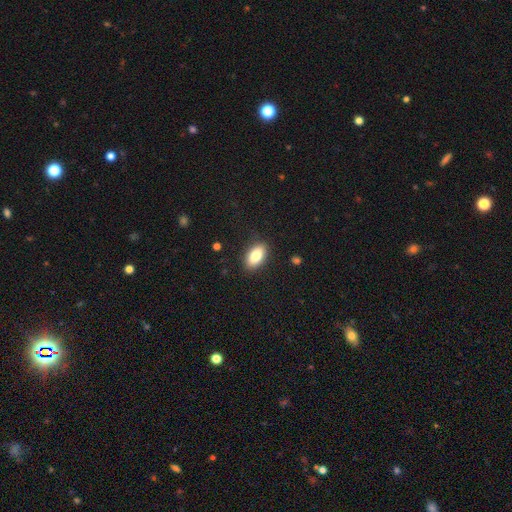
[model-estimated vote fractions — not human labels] This appears to be a smooth galaxy with no disk features (84%) that is in between round and cigar-shaped (92%). Merging: none (88%).